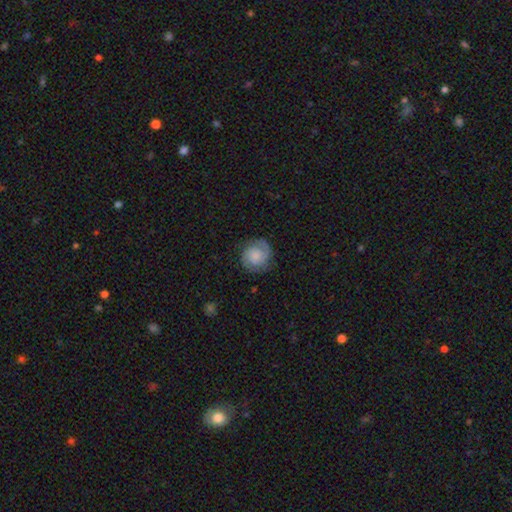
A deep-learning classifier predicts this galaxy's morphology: Q: Smooth or featured?
A: featured or disk (57%); runner-up: smooth (35%)
Q: Edge-on disk?
A: no (98%); runner-up: yes (2%)
Q: Bar?
A: no (71%); runner-up: weak (25%)
Q: Spiral arms?
A: yes (93%); runner-up: no (7%)
Q: Spiral winding?
A: tight (56%); runner-up: medium (35%)
Q: Spiral arm count?
A: 2 (80%); runner-up: can't tell (9%)
Q: Bulge size?
A: none (38%); runner-up: small (23%)
Q: Merging?
A: none (80%); runner-up: minor disturbance (14%)